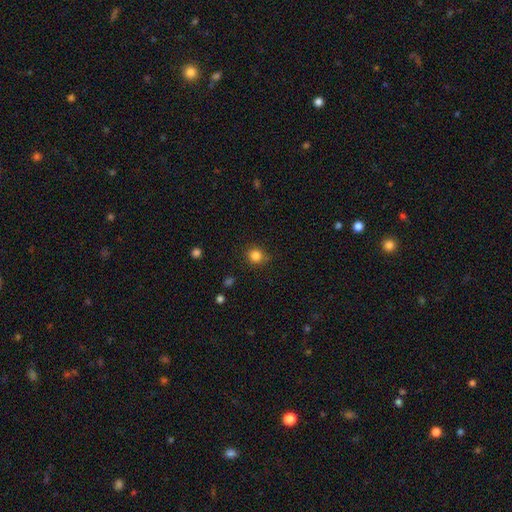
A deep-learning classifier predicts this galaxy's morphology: This appears to be a smooth galaxy with no disk features (84%) that is round (87%). Merging: none (82%).